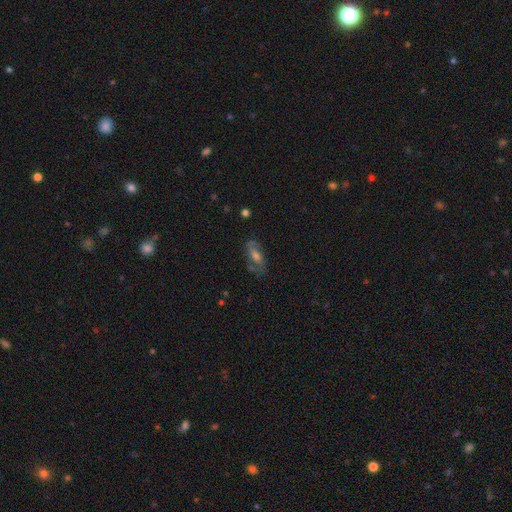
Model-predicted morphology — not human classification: smooth_or_featured: featured or disk (p=0.60) [alt: smooth p=0.30]
disk_edge_on: no (p=0.86) [alt: yes p=0.14]
bar: no (p=0.48) [alt: weak p=0.38]
has_spiral_arms: yes (p=0.77) [alt: no p=0.23]
bulge_size: moderate (p=0.54) [alt: large p=0.21]
merging: none (p=0.70) [alt: minor disturbance p=0.19]